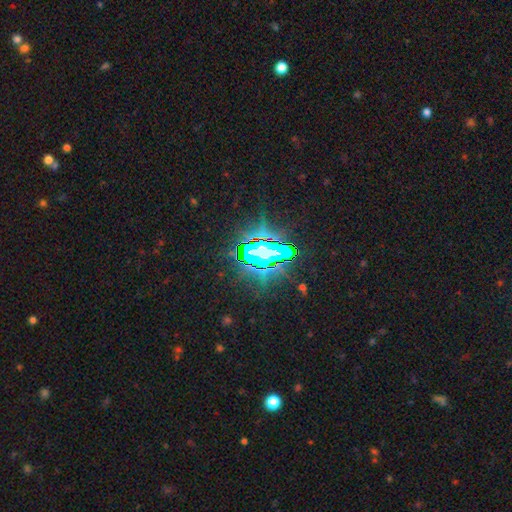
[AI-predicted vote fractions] A star or artifact, not a galaxy (85%).